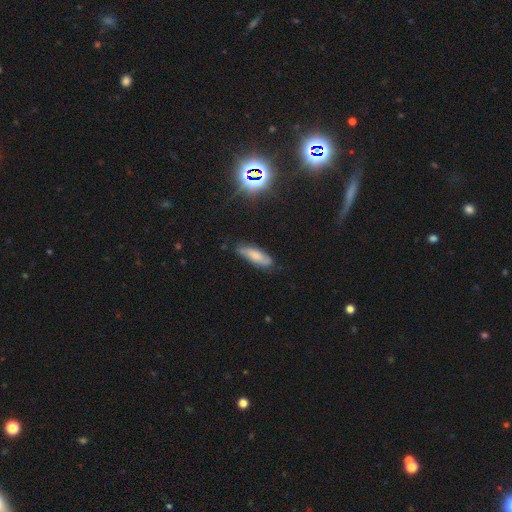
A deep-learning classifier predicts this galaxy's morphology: A smooth galaxy with no disk features (63%) that is in between round and cigar-shaped (53%).

Vote fractions:
- Smooth or featured? smooth: 63% / featured or disk: 28% / star or artifact: 9%
- How rounded? in between: 53% / cigar-shaped: 45% / round: 2%
- Merging? none: 75% / minor disturbance: 20% / major disturbance: 4% / merger: 2%